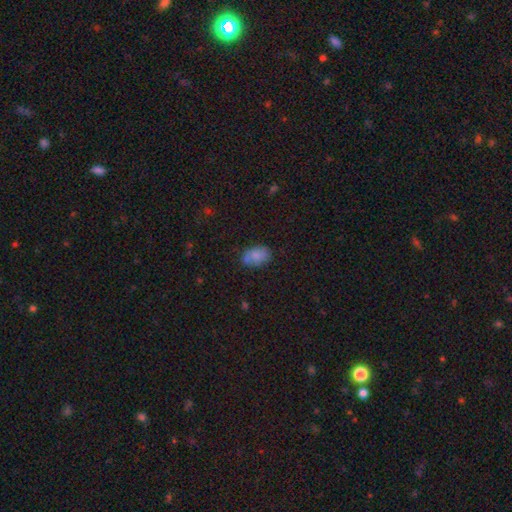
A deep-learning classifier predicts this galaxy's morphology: The model was most divided on "merging": none: 66%, minor disturbance: 22%, merger: 6%, major disturbance: 6%. More confident: how rounded — in between (83%); smooth or featured — smooth (76%).